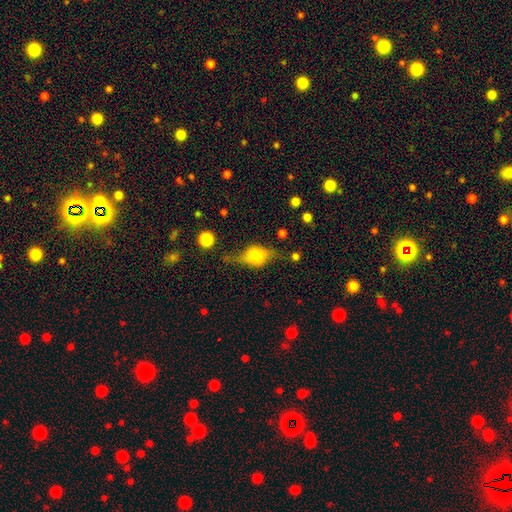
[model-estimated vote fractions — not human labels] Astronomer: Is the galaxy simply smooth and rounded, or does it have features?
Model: featured or disk — 53% (runner-up: smooth, 38%).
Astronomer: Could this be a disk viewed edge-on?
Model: yes — 75%.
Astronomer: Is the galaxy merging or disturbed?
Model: none — 56%.